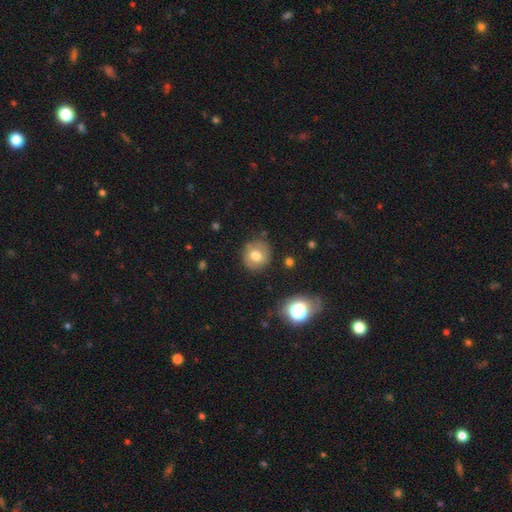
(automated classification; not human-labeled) The model was most divided on "smooth or featured": smooth: 72%, featured or disk: 16%, star or artifact: 12%. More confident: how rounded — round (88%); merging — none (84%).